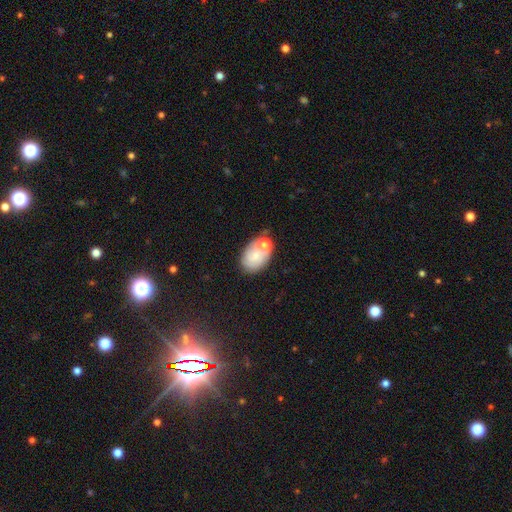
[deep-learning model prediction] smooth 56%, featured or disk 35%, star or artifact 9%. Down the decision tree: how rounded — in between (81%); merging — none (51%).